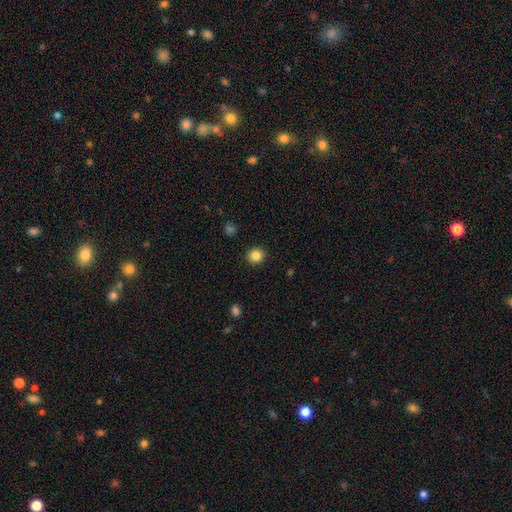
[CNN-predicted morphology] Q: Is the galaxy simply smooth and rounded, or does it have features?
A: smooth — 85%.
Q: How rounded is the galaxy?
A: round — 89%.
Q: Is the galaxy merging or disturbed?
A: none — 92%.